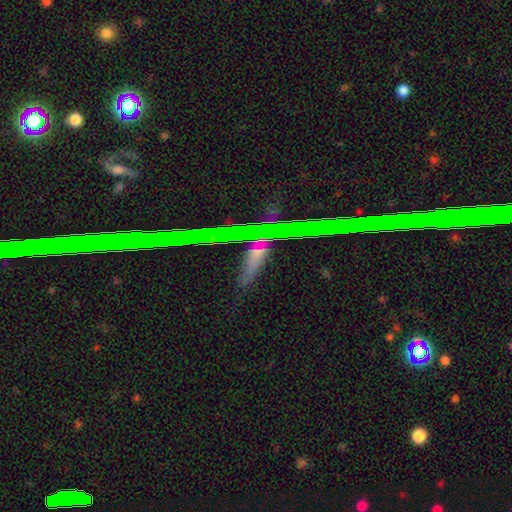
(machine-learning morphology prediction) star or artifact 44%, smooth 30%, featured or disk 26%.